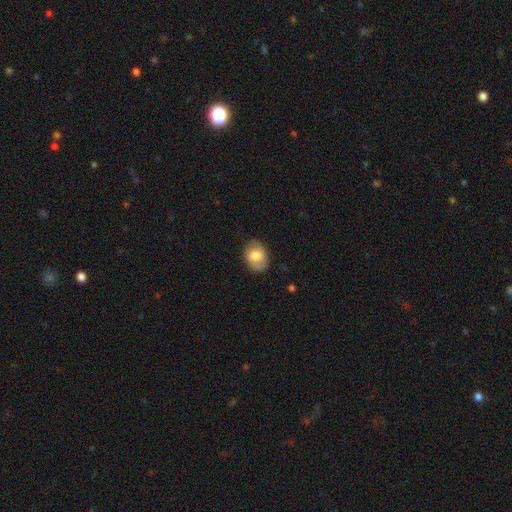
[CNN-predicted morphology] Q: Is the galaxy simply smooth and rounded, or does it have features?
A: smooth — 67%.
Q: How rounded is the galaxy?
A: in between — 67%.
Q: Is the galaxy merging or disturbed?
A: none — 77%.